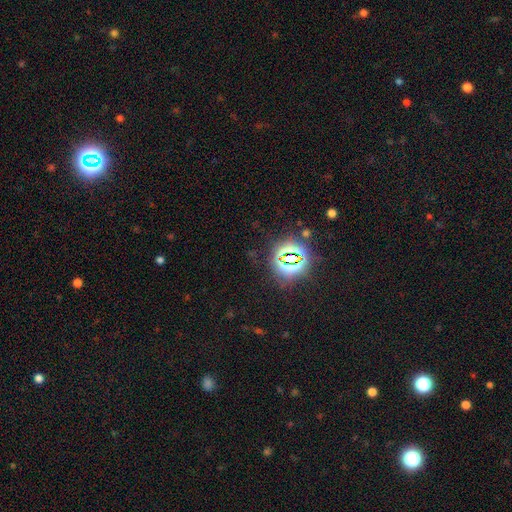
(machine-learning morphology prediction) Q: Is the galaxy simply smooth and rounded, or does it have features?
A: star or artifact — 79%.